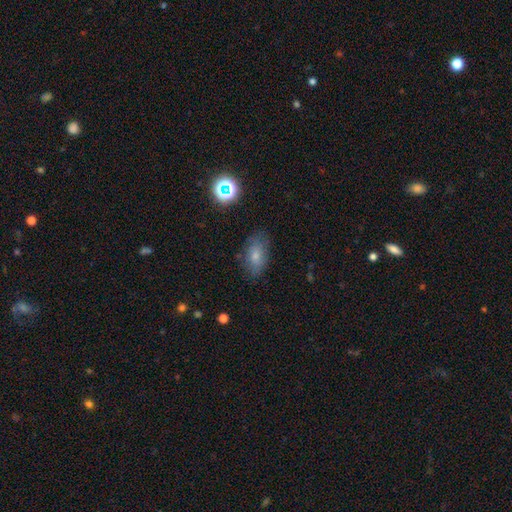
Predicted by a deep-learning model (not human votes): smooth-or-featured: smooth: 71% | featured or disk: 18% | star or artifact: 11%
  how-rounded: in between: 88% | round: 8% | cigar-shaped: 4%
  merging: none: 71% | minor disturbance: 21% | major disturbance: 7% | merger: 2%